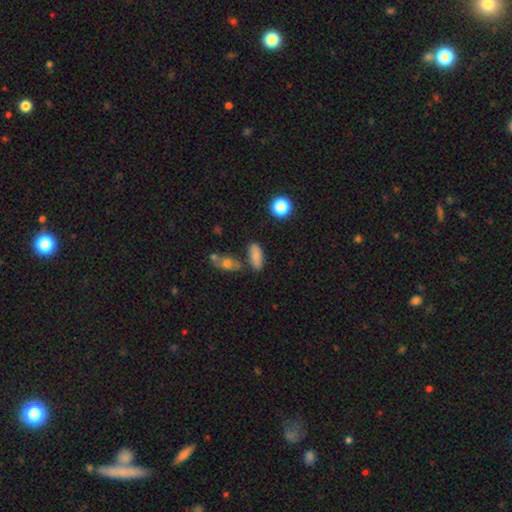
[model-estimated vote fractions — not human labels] A smooth galaxy with no disk features (81%) that is in between round and cigar-shaped (82%). Merging: none (69%).